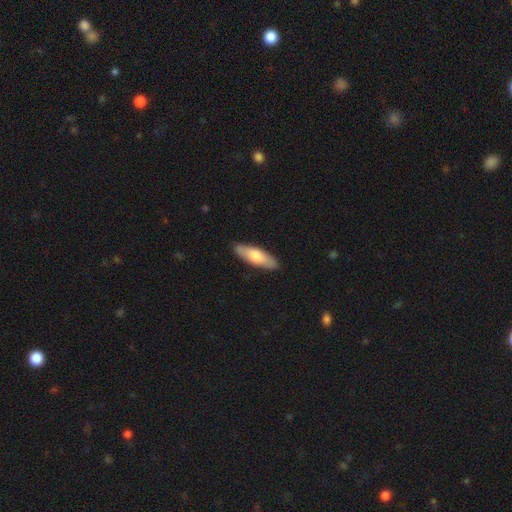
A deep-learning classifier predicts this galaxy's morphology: Q: Smooth or featured?
A: smooth (70%); runner-up: featured or disk (26%)
Q: How rounded?
A: in between (51%); runner-up: cigar-shaped (47%)
Q: Merging?
A: none (89%); runner-up: minor disturbance (9%)